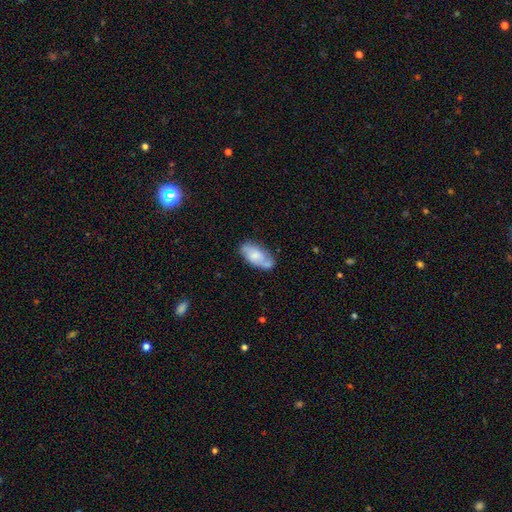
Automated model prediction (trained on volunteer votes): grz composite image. It shows a smooth galaxy with no disk features (52%) that is in between round and cigar-shaped (91%). Merging: none (63%).